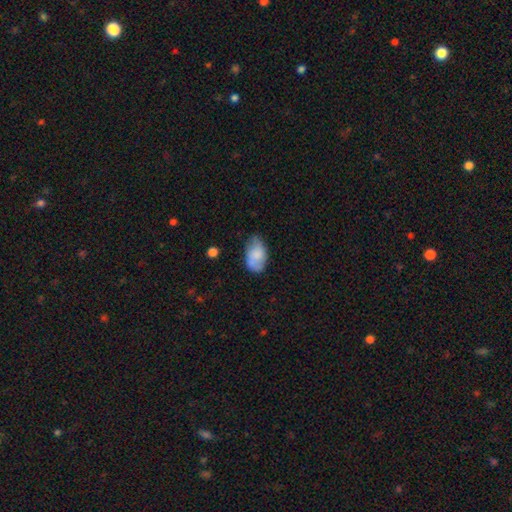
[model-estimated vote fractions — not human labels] Morphology: type=smooth (74%); roundness=in between (92%); merging=none (57%).